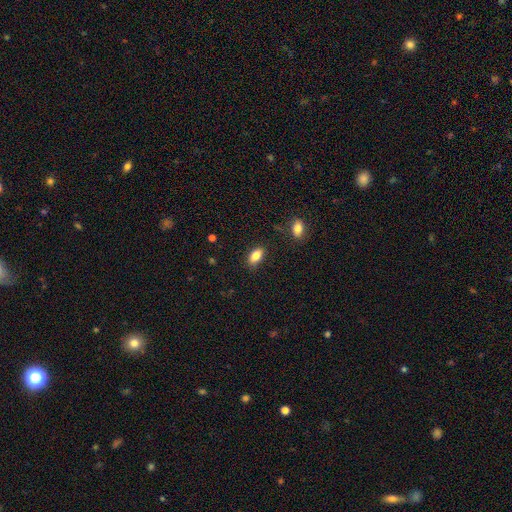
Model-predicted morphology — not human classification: smooth 84%, star or artifact 8%, featured or disk 8%. Down the decision tree: how rounded — in between (90%); merging — none (83%).